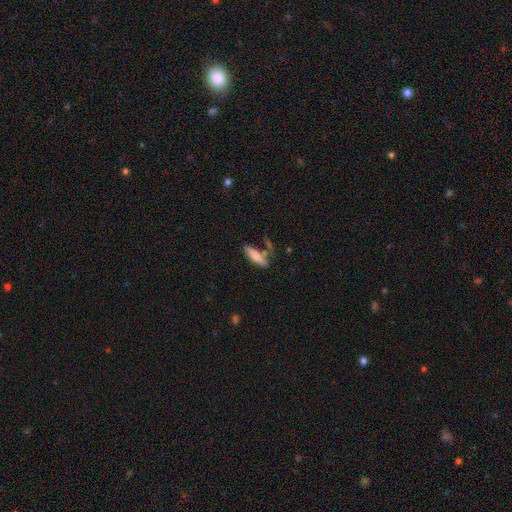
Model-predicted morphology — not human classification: smooth 62%, featured or disk 31%, star or artifact 7%. Down the decision tree: how rounded — cigar-shaped (61%); merging — none (61%).